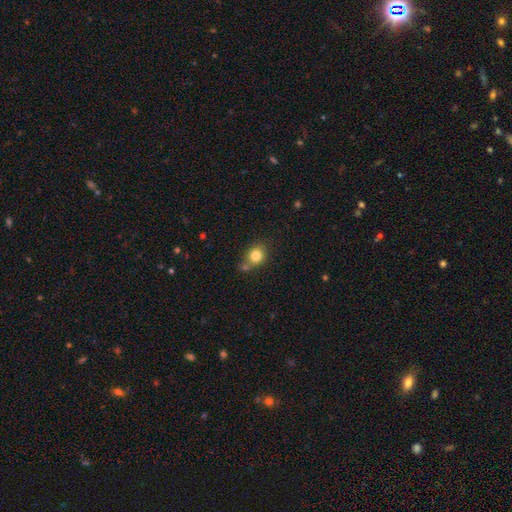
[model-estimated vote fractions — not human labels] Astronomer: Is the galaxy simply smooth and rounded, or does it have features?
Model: smooth — 81%.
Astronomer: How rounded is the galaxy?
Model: round — 69%.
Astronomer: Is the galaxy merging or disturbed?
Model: none — 59%.